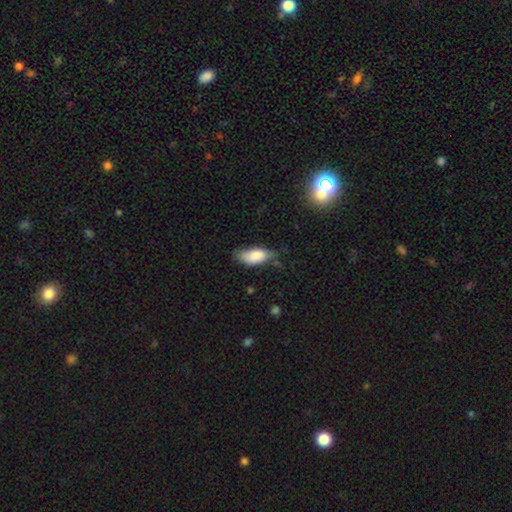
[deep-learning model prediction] Smooth or featured: smooth — 82% (featured or disk — 11%)
How rounded: in between — 87% (cigar-shaped — 10%)
Merging: none — 53% (minor disturbance — 35%)